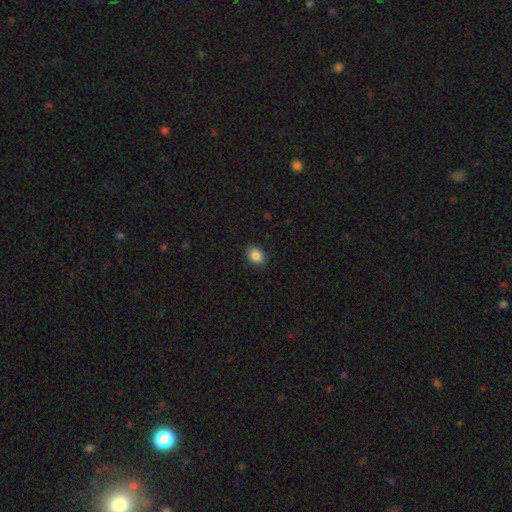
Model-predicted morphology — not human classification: Q: Smooth or featured?
A: smooth (86%); runner-up: star or artifact (9%)
Q: How rounded?
A: in between (64%); runner-up: round (35%)
Q: Merging?
A: none (87%); runner-up: minor disturbance (10%)